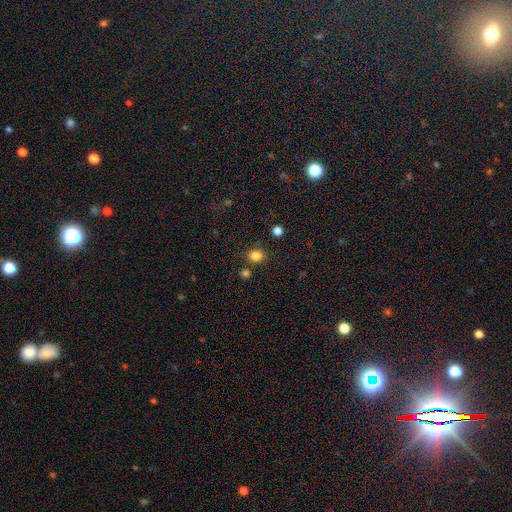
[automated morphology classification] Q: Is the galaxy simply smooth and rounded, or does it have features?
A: smooth — 83%.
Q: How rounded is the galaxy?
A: round — 70%.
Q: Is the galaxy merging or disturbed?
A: none — 80%.